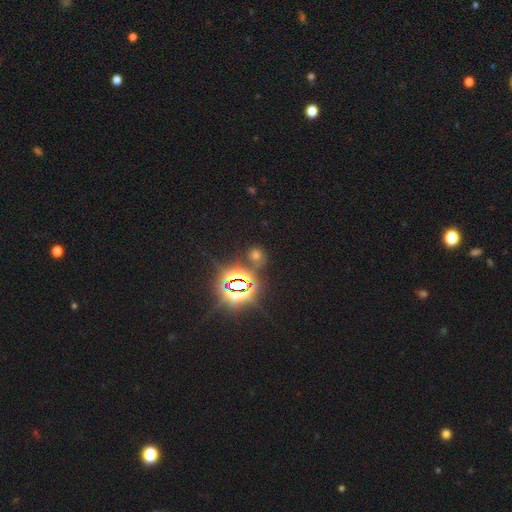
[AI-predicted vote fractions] A star or artifact, not a galaxy (60%).